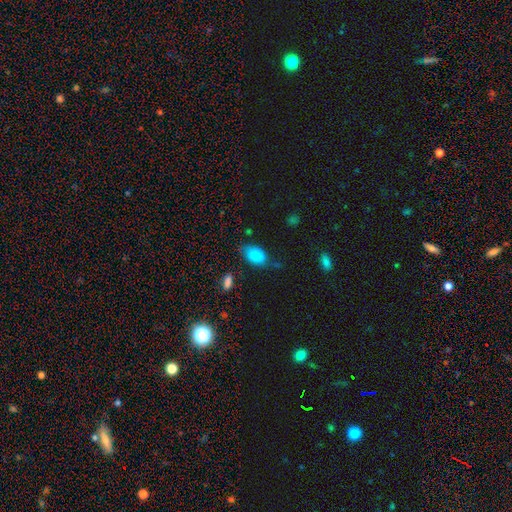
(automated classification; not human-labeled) Smooth or featured: smooth — 83% (star or artifact — 10%)
How rounded: in between — 90% (round — 8%)
Merging: none — 54% (minor disturbance — 31%)